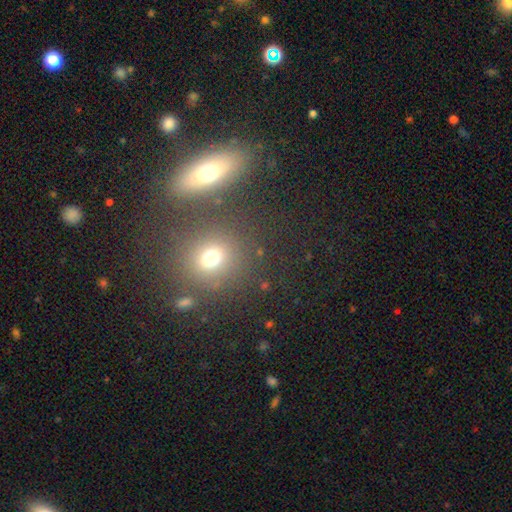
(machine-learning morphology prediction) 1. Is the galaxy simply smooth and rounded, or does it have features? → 58% smooth, 24% star or artifact, 18% featured or disk.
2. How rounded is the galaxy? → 62% round, 30% in between, 8% cigar-shaped.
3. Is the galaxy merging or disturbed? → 66% none, 21% merger, 9% minor disturbance, 4% major disturbance.